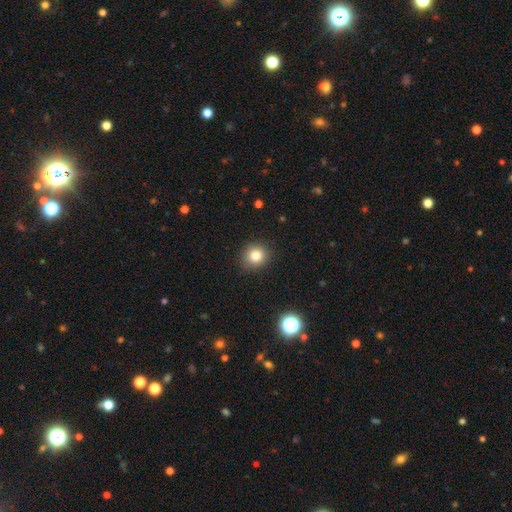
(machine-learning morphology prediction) A smooth galaxy with no disk features (82%) that is round (82%).

Vote fractions:
- Smooth or featured? smooth: 82% / star or artifact: 12% / featured or disk: 6%
- How rounded? round: 82% / in between: 17% / cigar-shaped: 1%
- Merging? none: 88% / minor disturbance: 9% / major disturbance: 2% / merger: 1%